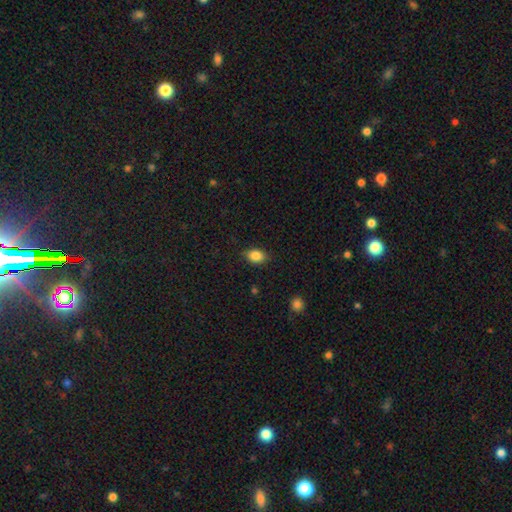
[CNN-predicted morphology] Smooth or featured?
  - smooth: 85% *
  - star or artifact: 9%
  - featured or disk: 6%
How rounded?
  - in between: 77% *
  - round: 21%
  - cigar-shaped: 2%
Merging?
  - none: 83% *
  - minor disturbance: 13%
  - major disturbance: 3%
  - merger: 1%